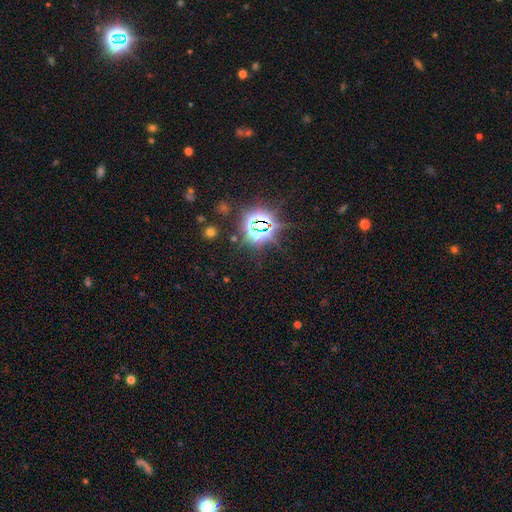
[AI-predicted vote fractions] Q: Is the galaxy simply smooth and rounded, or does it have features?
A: star or artifact — 81%.